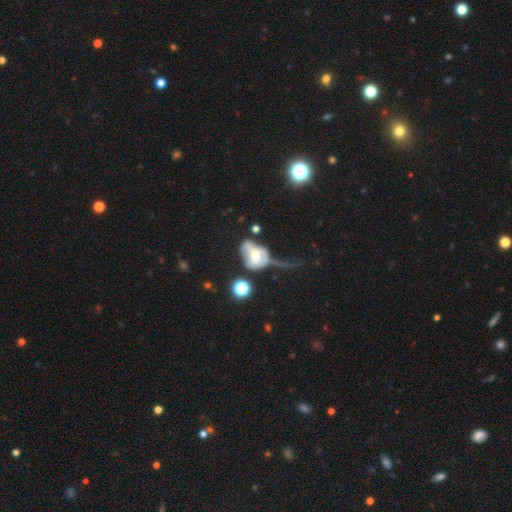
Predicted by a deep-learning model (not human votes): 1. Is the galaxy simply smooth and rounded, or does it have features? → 47% featured or disk, 42% smooth, 11% star or artifact.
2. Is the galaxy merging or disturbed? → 46% major disturbance, 21% merger, 16% minor disturbance, 16% none.